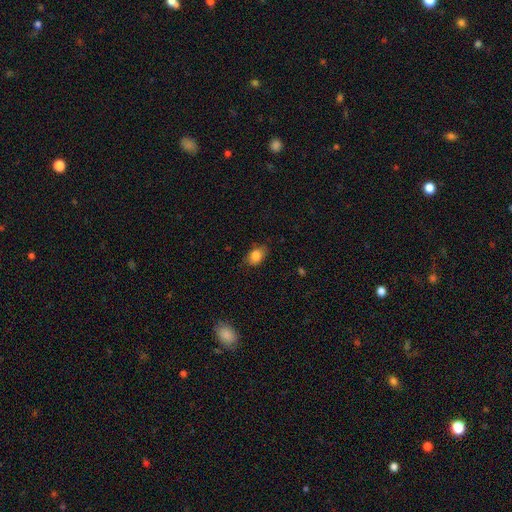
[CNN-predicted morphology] This appears to be a smooth galaxy with no disk features (85%) that is in between round and cigar-shaped (77%). Merging: none (73%).